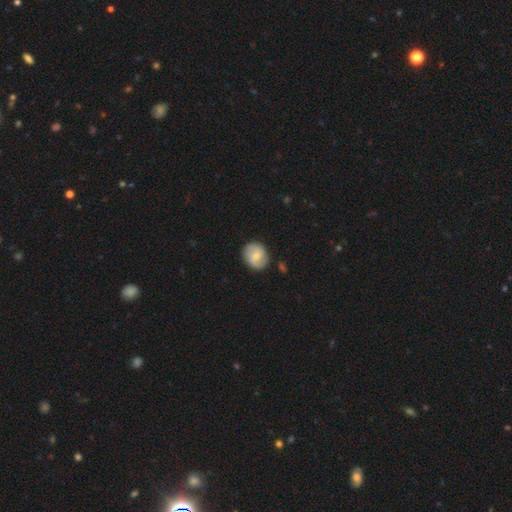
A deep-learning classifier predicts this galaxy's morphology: Overall: smooth (50%; featured or disk 43%). How rounded: round (64%; in between 35%). Merging: none (81%).